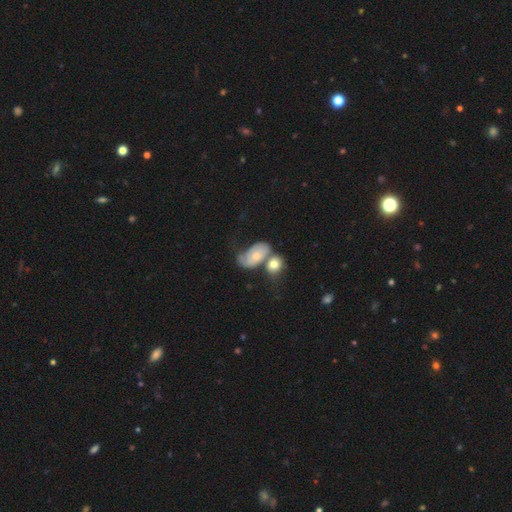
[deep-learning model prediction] Smooth or featured? featured or disk (49%)
Merging? merger (49%)